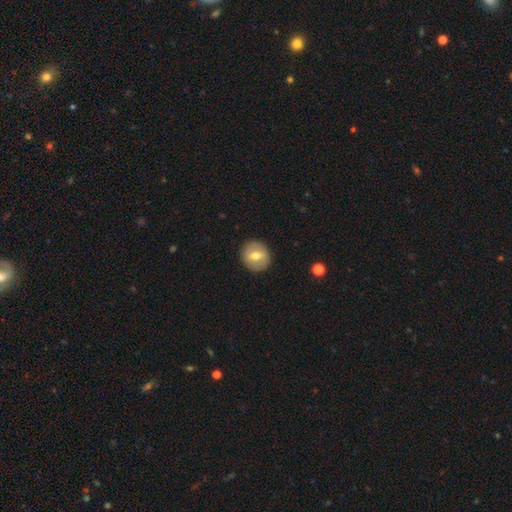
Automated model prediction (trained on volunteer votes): smooth-or-featured: smooth: 62% | featured or disk: 31% | star or artifact: 7%
  how-rounded: round: 88% | in between: 11% | cigar-shaped: 1%
  merging: none: 91% | minor disturbance: 6% | major disturbance: 2% | merger: 1%